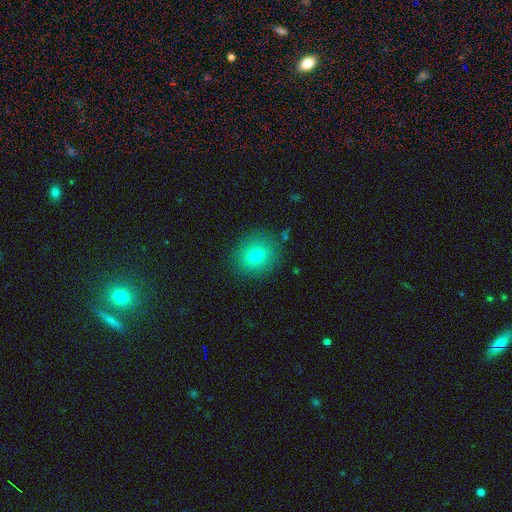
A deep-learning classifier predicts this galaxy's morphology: The model was most divided on "how rounded": round: 68%, in between: 31%, cigar-shaped: 1%. More confident: merging — none (86%); smooth or featured — smooth (74%).